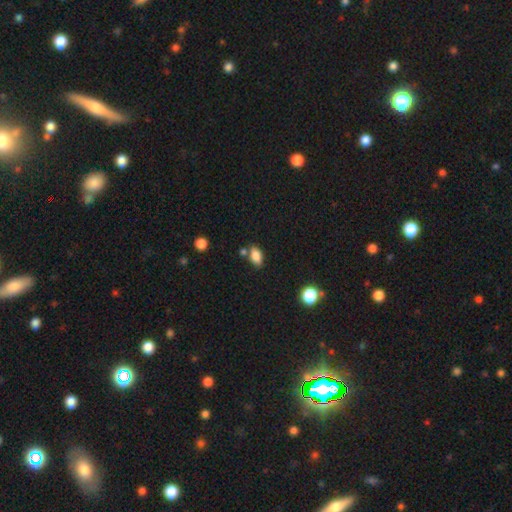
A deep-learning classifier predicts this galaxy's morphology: This is clearly a smooth galaxy (84%). How rounded: clearly in between (89%). Merging: likely none (69%).